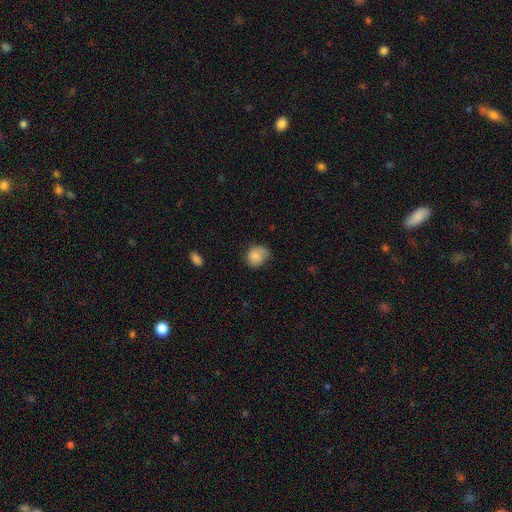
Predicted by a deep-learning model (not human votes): smooth-or-featured: smooth: 81% | featured or disk: 11% | star or artifact: 8%
  how-rounded: round: 61% | in between: 38% | cigar-shaped: 1%
  merging: none: 55% | minor disturbance: 34% | major disturbance: 10% | merger: 2%